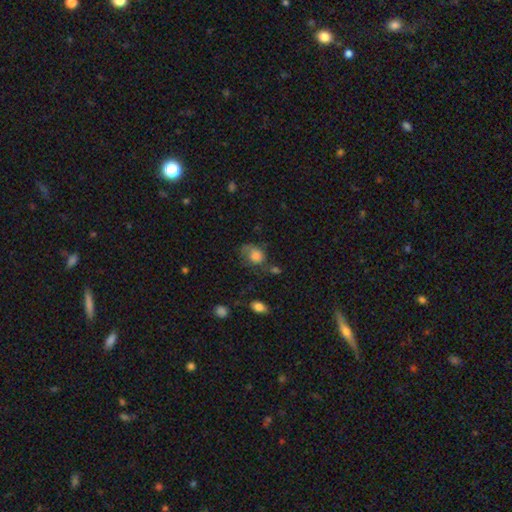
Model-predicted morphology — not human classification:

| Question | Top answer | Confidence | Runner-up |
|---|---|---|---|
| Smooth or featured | smooth | 70% | featured or disk (19%) |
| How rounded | round | 56% | in between (43%) |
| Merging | none | 37% | major disturbance (29%) |